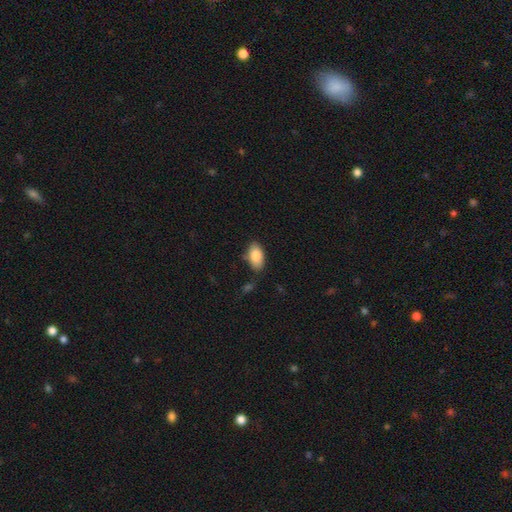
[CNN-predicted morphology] The model was most divided on "merging": none: 78%, minor disturbance: 16%, merger: 4%, major disturbance: 3%. More confident: how rounded — in between (93%); smooth or featured — smooth (84%).